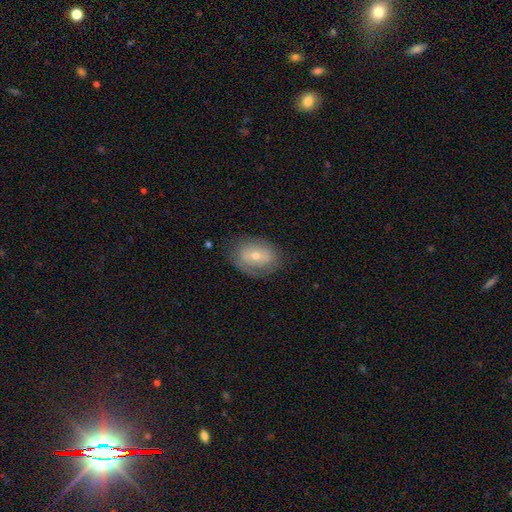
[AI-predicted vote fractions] Overall: featured or disk (50%; smooth 41%). Merging: none (74%).